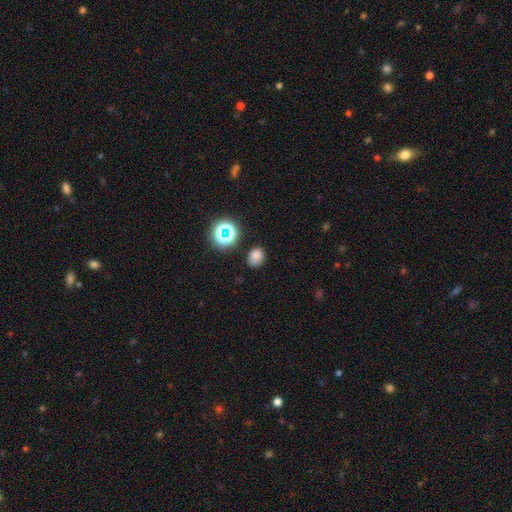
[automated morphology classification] The model was most divided on "how rounded": in between: 51%, round: 48%, cigar-shaped: 1%. More confident: merging — none (74%); smooth or featured — smooth (72%).